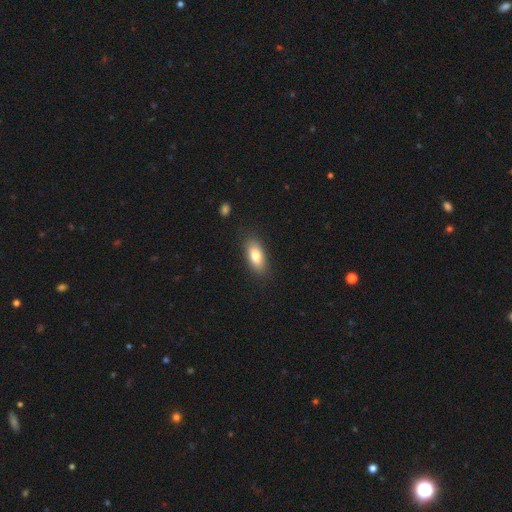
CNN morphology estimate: A smooth galaxy with no disk features (78%) that is in between round and cigar-shaped (85%).

Vote fractions:
- Smooth or featured? smooth: 78% / featured or disk: 15% / star or artifact: 7%
- How rounded? in between: 85% / cigar-shaped: 10% / round: 4%
- Merging? none: 86% / minor disturbance: 10% / major disturbance: 3% / merger: 1%